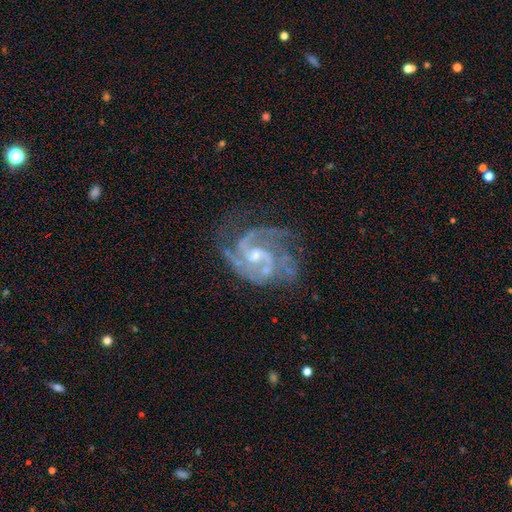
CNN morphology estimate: Smooth or featured? featured or disk (90%)
Edge-on disk? no (98%)
Bar? no (47%)
Spiral arms? yes (97%)
Spiral winding? medium (53%)
Spiral arm count? 2 (51%)
Bulge size? small (53%)
Merging? none (56%)